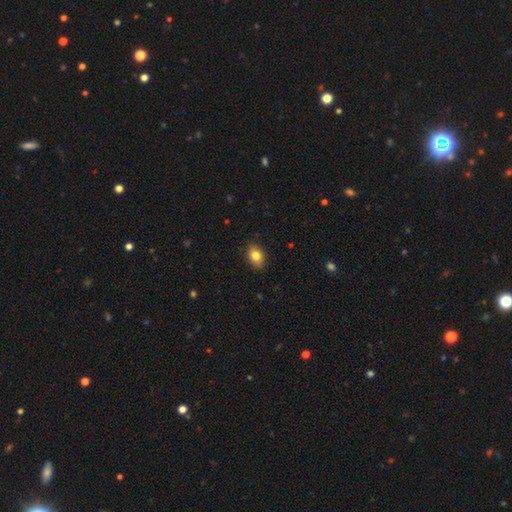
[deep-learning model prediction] This appears to be a smooth galaxy with no disk features (82%) that is in between round and cigar-shaped (73%). Merging: none (86%).